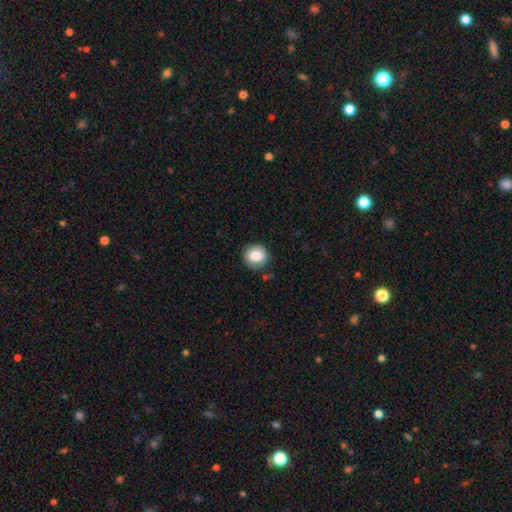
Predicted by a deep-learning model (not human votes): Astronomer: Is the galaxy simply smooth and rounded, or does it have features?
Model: smooth — 83%.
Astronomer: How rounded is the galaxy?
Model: round — 87%.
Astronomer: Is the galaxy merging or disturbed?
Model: none — 83%.